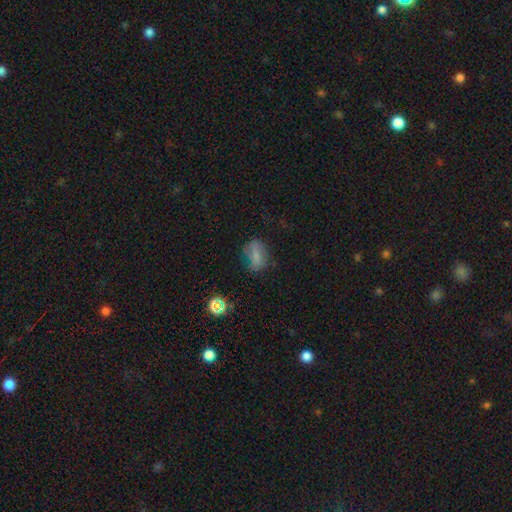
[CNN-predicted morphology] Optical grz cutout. It shows a smooth galaxy with no disk features (70%) that is in between round and cigar-shaped (79%). Merging: none (63%).